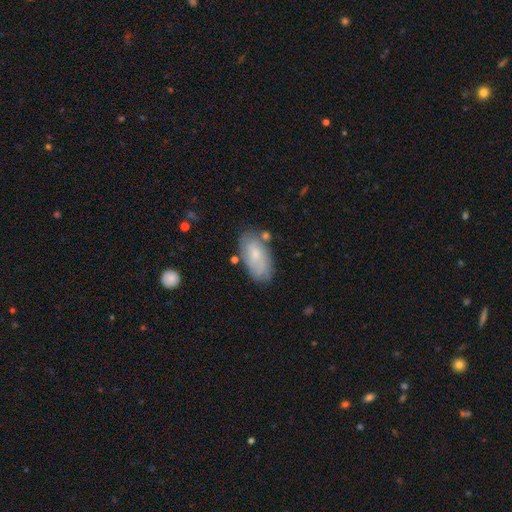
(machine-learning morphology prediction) This appears to be a smooth galaxy with no disk features (62%) that is in between round and cigar-shaped (92%). Merging: none (69%).